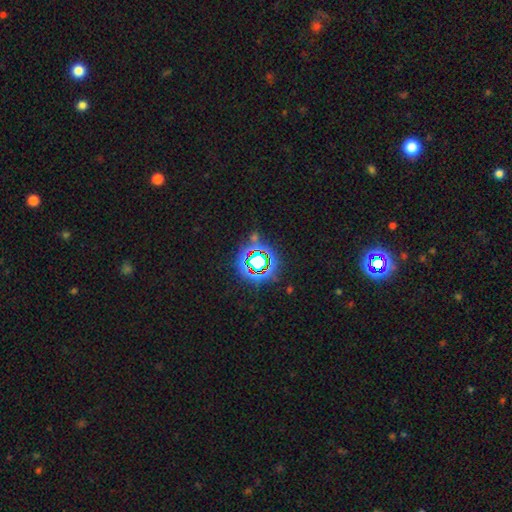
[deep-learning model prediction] The model was most divided on "smooth or featured": star or artifact: 69%, smooth: 20%, featured or disk: 11%.